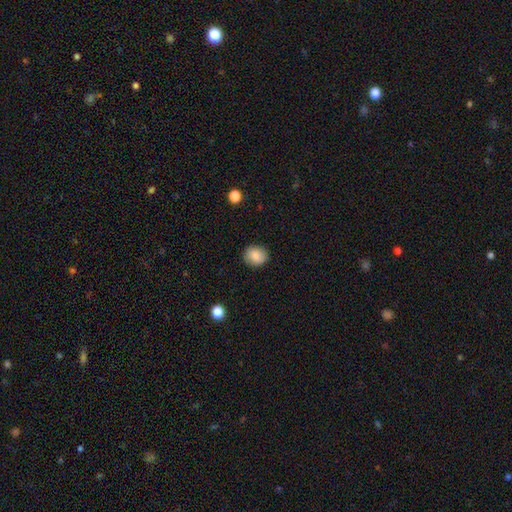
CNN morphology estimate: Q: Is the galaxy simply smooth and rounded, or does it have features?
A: smooth — 87%.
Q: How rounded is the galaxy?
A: round — 76%.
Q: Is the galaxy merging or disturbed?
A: none — 87%.